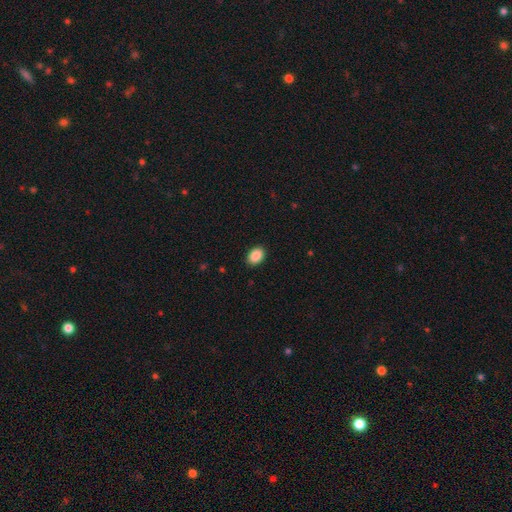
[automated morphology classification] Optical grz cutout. It shows a smooth galaxy with no disk features (90%) that is in between round and cigar-shaped (78%). Merging: none (90%).